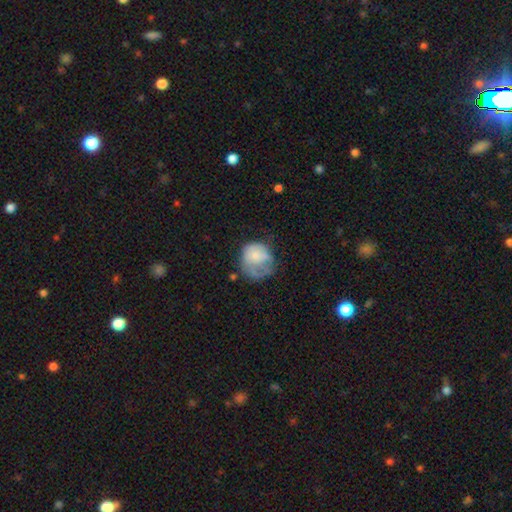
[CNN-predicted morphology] type=smooth (59%); roundness=round (74%); merging=major disturbance (36%).